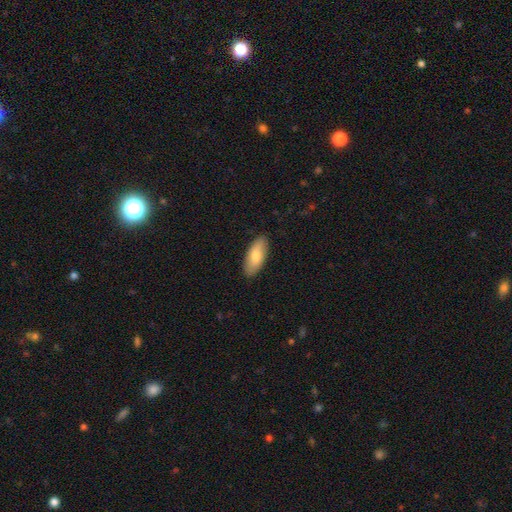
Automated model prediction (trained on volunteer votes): A smooth galaxy with no disk features (78%) that is in between round and cigar-shaped (83%). Merging: none (88%).